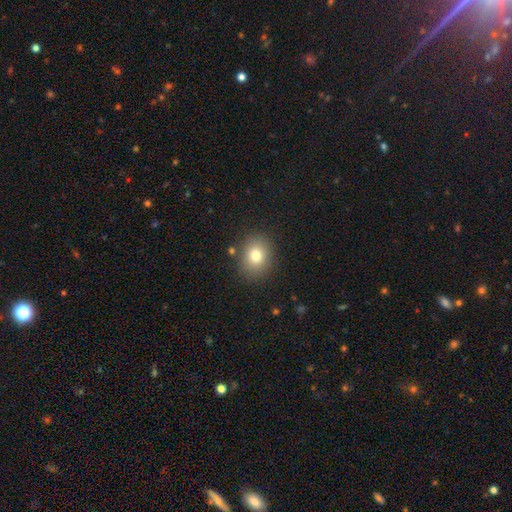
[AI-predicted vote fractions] The model was most divided on "how rounded": round: 64%, in between: 36%, cigar-shaped: 1%. More confident: merging — none (84%); smooth or featured — smooth (78%).